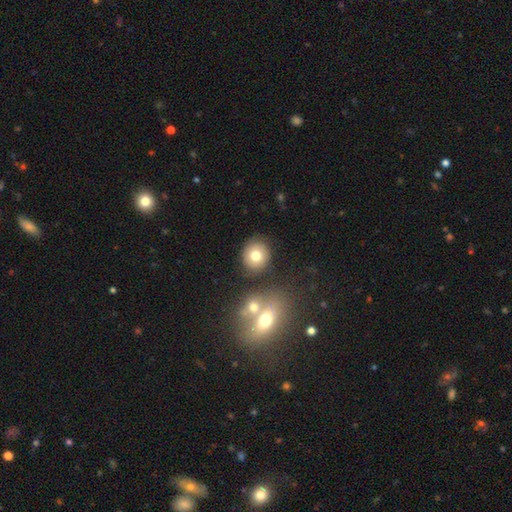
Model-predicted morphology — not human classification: A smooth galaxy with no disk features (75%) that is round (87%).

Vote fractions:
- Smooth or featured? smooth: 75% / featured or disk: 14% / star or artifact: 11%
- How rounded? round: 87% / in between: 12% / cigar-shaped: 1%
- Merging? none: 81% / minor disturbance: 8% / merger: 8% / major disturbance: 3%